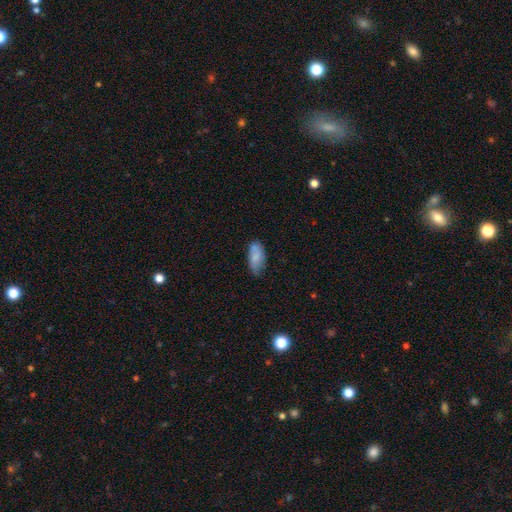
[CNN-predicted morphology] Q: Smooth or featured?
A: smooth (78%); runner-up: featured or disk (15%)
Q: How rounded?
A: in between (88%); runner-up: cigar-shaped (10%)
Q: Merging?
A: none (62%); runner-up: minor disturbance (29%)